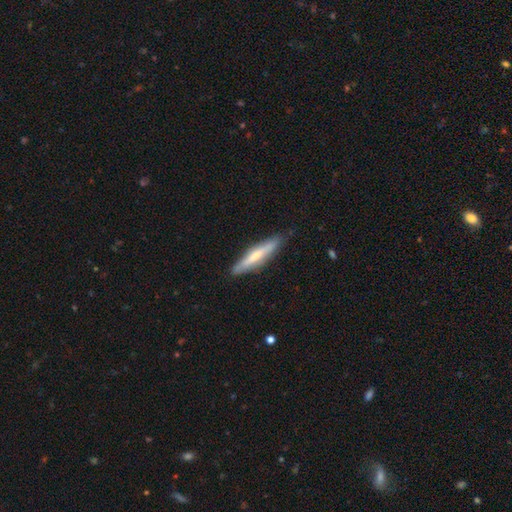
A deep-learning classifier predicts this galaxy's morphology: smooth_or_featured: smooth (p=0.52) [alt: featured or disk p=0.42]
how_rounded: cigar-shaped (p=0.87) [alt: in between p=0.11]
merging: none (p=0.86) [alt: minor disturbance p=0.11]